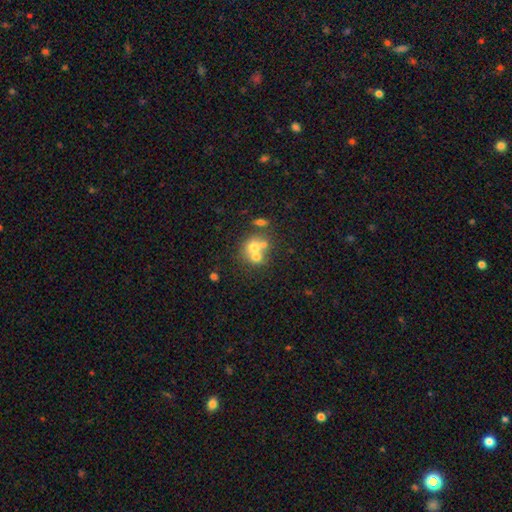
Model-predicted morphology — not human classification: smooth-or-featured: smooth: 55% | featured or disk: 28% | star or artifact: 17%
  how-rounded: round: 78% | in between: 21% | cigar-shaped: 1%
  merging: merger: 55% | none: 35% | minor disturbance: 6% | major disturbance: 4%